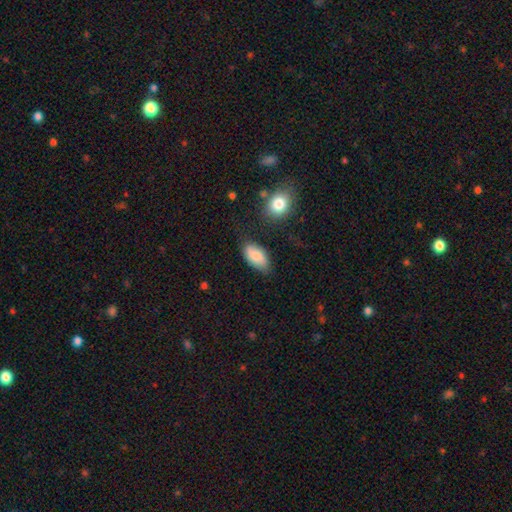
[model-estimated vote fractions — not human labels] The model was most divided on "merging": none: 69%, minor disturbance: 23%, major disturbance: 5%, merger: 4%. More confident: how rounded — in between (93%); smooth or featured — smooth (80%).